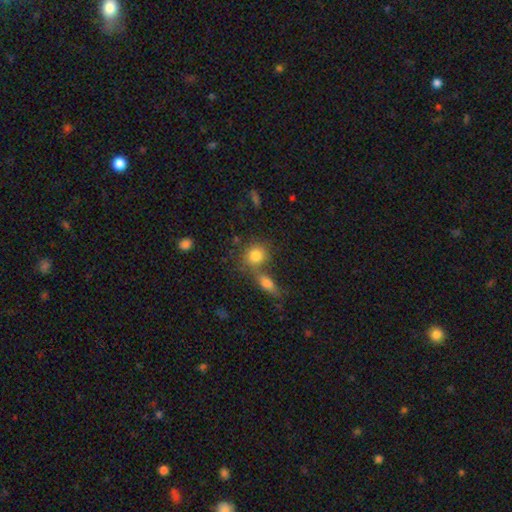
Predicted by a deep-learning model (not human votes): smooth_or_featured: smooth (p=0.81) [alt: featured or disk p=0.10]
how_rounded: round (p=0.70) [alt: in between p=0.28]
merging: none (p=0.51) [alt: merger p=0.34]